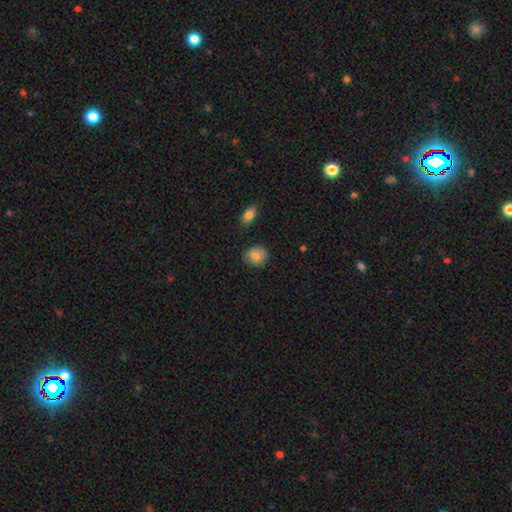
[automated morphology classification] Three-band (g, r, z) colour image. It shows a smooth galaxy with no disk features (83%) that is round (70%). Merging: none (81%).